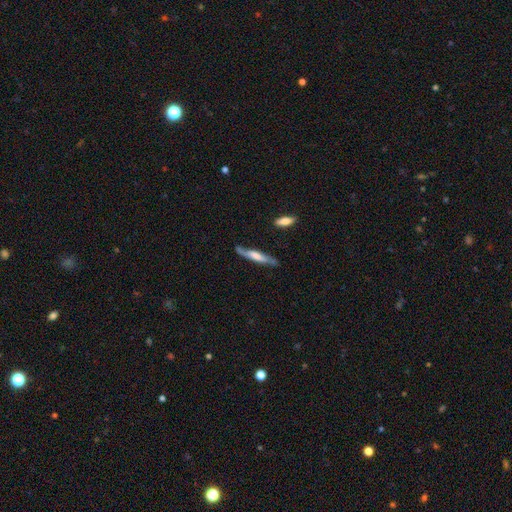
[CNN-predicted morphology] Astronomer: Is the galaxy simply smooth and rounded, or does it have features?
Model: featured or disk — 56% (runner-up: smooth, 38%).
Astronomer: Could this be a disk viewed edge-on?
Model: yes — 71%.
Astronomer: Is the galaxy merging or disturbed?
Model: none — 71%.